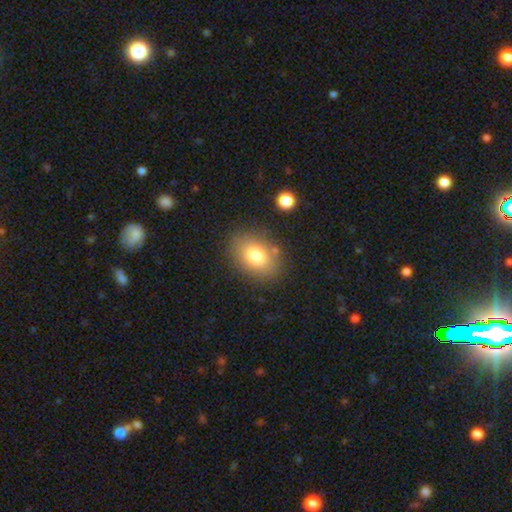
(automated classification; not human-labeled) A smooth galaxy with no disk features (77%) that is in between round and cigar-shaped (68%). Merging: none (81%).